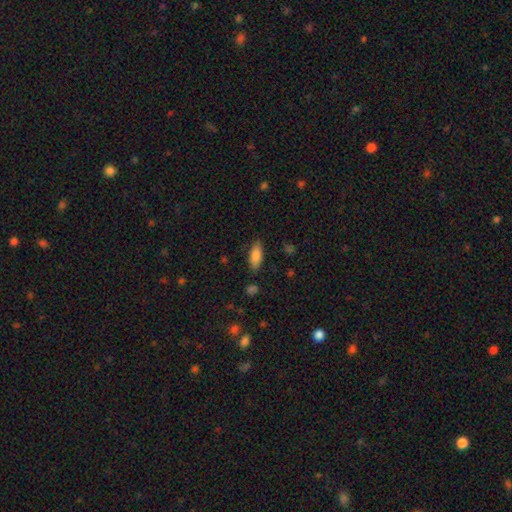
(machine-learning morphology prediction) Smooth or featured? smooth (82%)
How rounded? in between (75%)
Merging? none (82%)